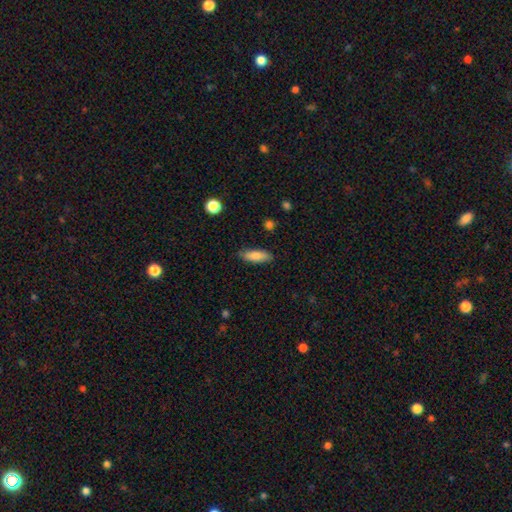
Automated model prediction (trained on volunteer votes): smooth_or_featured: smooth (p=0.83) [alt: featured or disk p=0.11]
how_rounded: in between (p=0.56) [alt: cigar-shaped p=0.42]
merging: none (p=0.85) [alt: minor disturbance p=0.12]